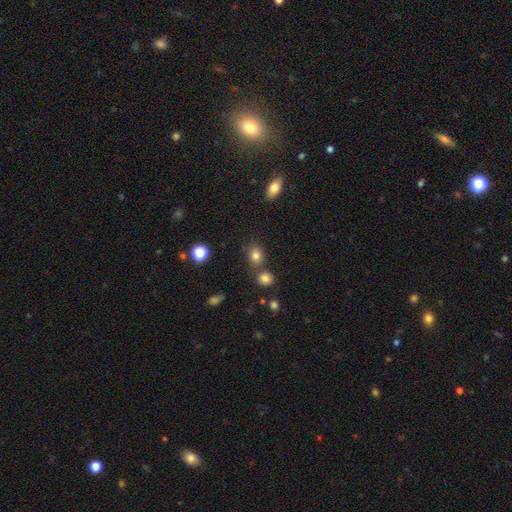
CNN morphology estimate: Smooth or featured? smooth (80%)
How rounded? round (56%)
Merging? none (69%)